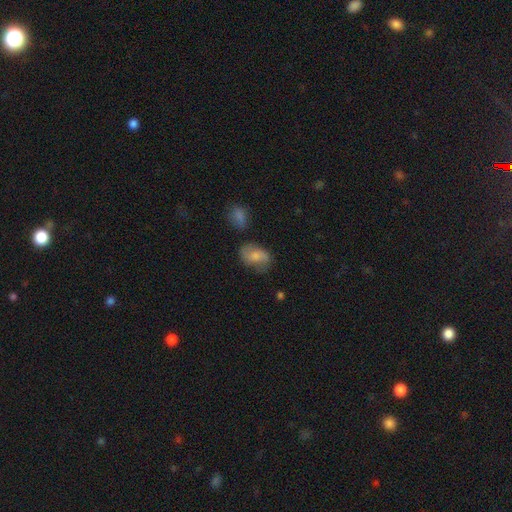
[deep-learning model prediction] A smooth galaxy with no disk features (62%) that is in between round and cigar-shaped (81%). Merging: none (58%).